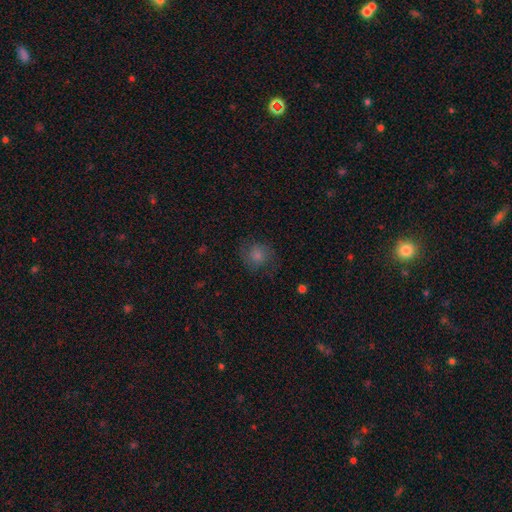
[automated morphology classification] smooth-or-featured: smooth: 44% | featured or disk: 36% | star or artifact: 20%
  merging: none: 76% | minor disturbance: 15% | major disturbance: 8% | merger: 1%